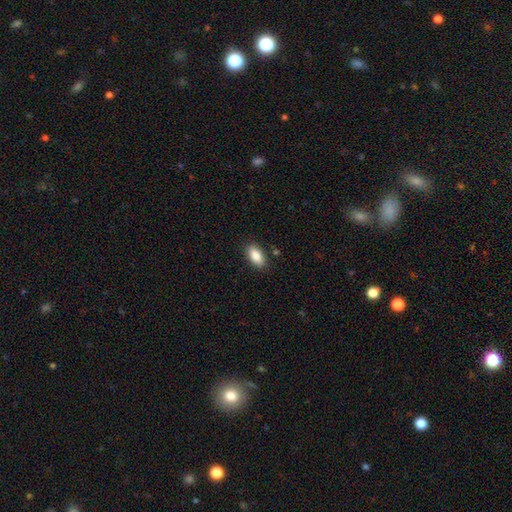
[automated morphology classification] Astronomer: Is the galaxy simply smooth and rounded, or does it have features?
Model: smooth — 87%.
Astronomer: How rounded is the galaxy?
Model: in between — 91%.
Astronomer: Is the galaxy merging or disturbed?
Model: none — 87%.